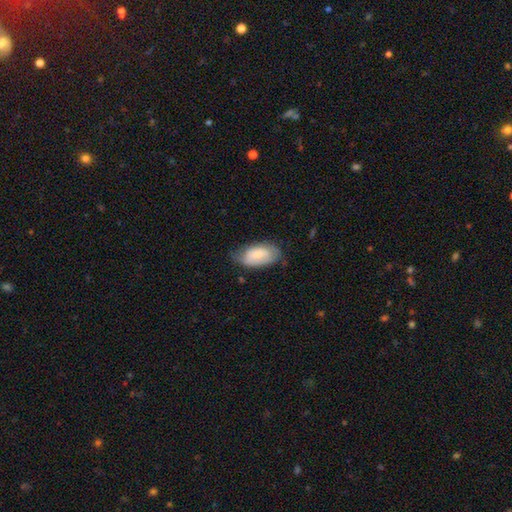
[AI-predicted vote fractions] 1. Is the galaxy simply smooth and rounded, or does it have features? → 72% smooth, 22% featured or disk, 6% star or artifact.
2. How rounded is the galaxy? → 94% in between, 4% round, 3% cigar-shaped.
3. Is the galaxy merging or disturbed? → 53% none, 35% minor disturbance, 10% major disturbance, 2% merger.